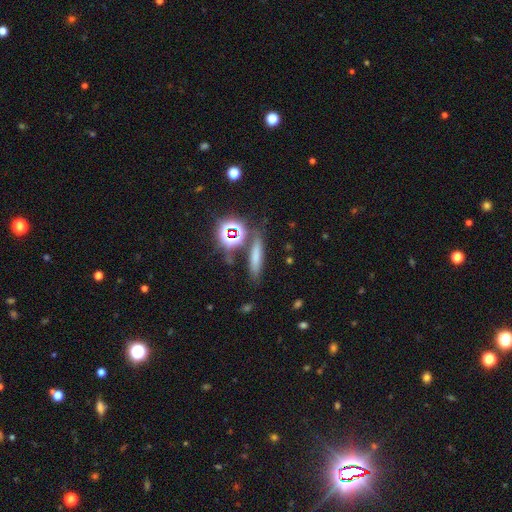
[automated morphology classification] smooth_or_featured: smooth (p=0.63) [alt: star or artifact p=0.23]
how_rounded: cigar-shaped (p=0.75) [alt: in between p=0.16]
merging: none (p=0.75) [alt: minor disturbance p=0.11]